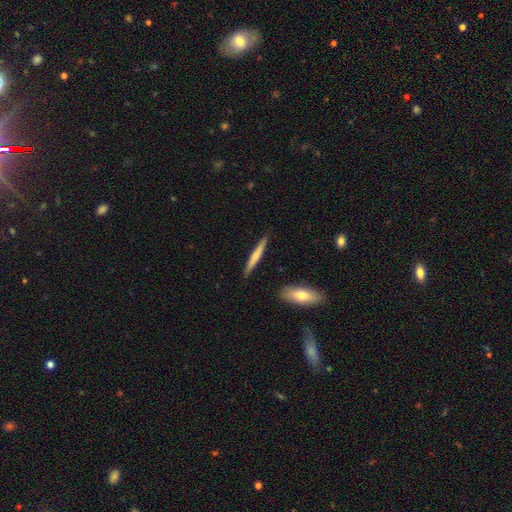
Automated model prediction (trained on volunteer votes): This appears to be a smooth galaxy with no disk features (59%) that is cigar-shaped (95%). Merging: none (89%).